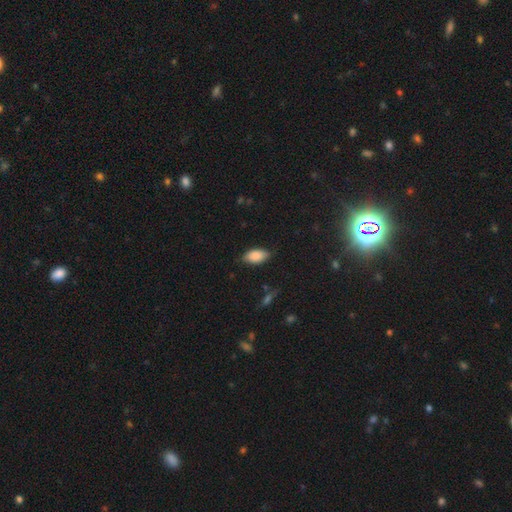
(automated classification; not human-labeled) Overall: smooth (87%). How rounded: in between (93%). Merging: none (77%).